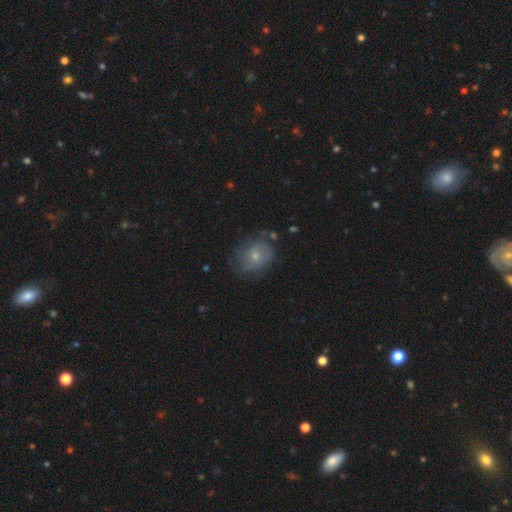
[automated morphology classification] type=smooth (49%); merging=none (60%).